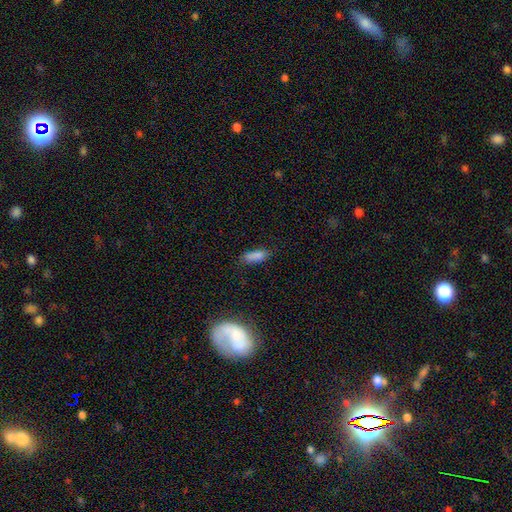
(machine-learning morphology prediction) Overall: smooth (80%). How rounded: in between (68%; cigar-shaped 29%). Merging: none (67%).